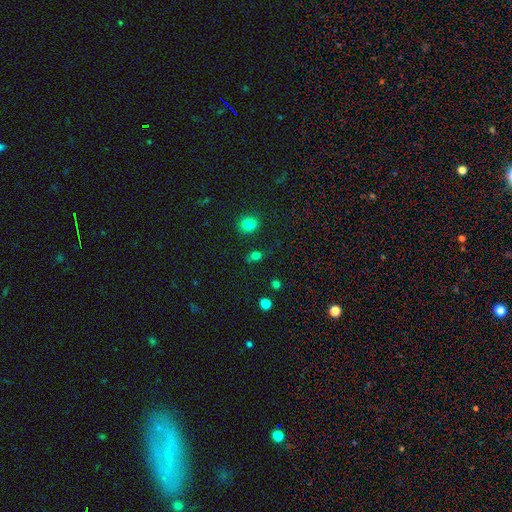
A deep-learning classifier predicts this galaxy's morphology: Smooth or featured: smooth — 78% (star or artifact — 16%)
How rounded: round — 50% (in between — 48%)
Merging: none — 78% (minor disturbance — 13%)